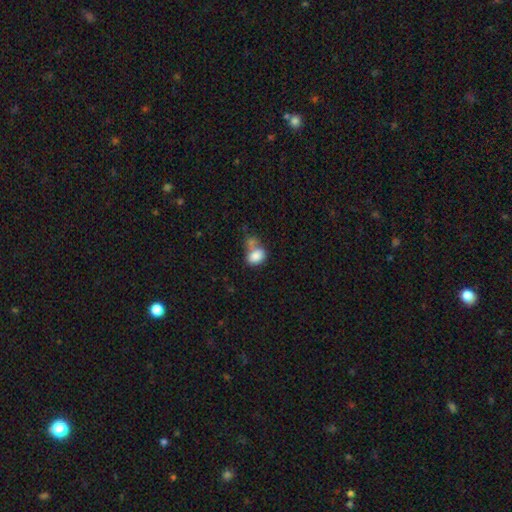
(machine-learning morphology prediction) A smooth galaxy with no disk features (82%) that is in between round and cigar-shaped (76%).

Vote fractions:
- Smooth or featured? smooth: 82% / featured or disk: 9% / star or artifact: 8%
- How rounded? in between: 76% / round: 23% / cigar-shaped: 1%
- Merging? merger: 43% / none: 32% / minor disturbance: 16% / major disturbance: 9%